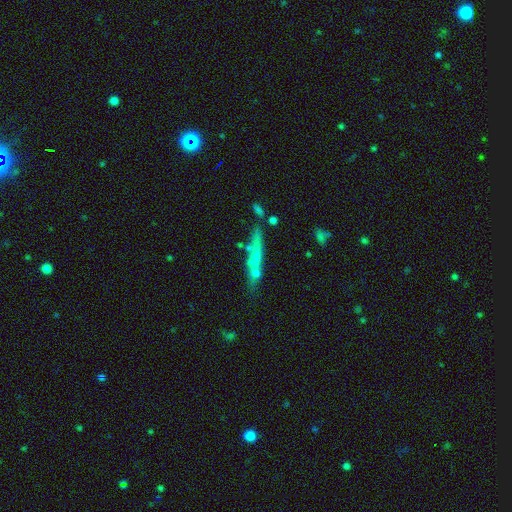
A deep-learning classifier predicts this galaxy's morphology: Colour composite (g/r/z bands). It shows a smooth galaxy with no disk features (50%) that is cigar-shaped (89%). Merging: none (60%).